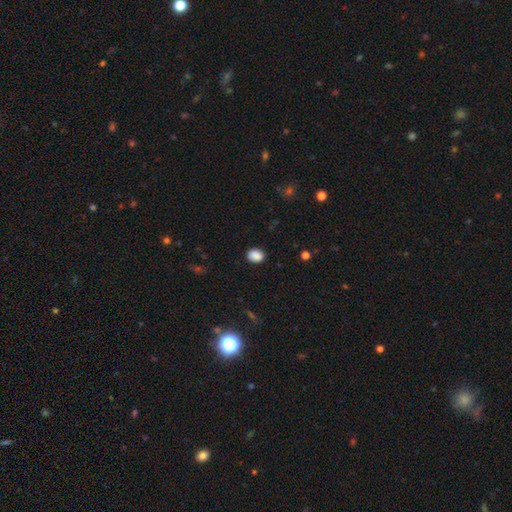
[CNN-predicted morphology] smooth 88%, star or artifact 9%, featured or disk 3%. Down the decision tree: how rounded — in between (55%); merging — none (86%).